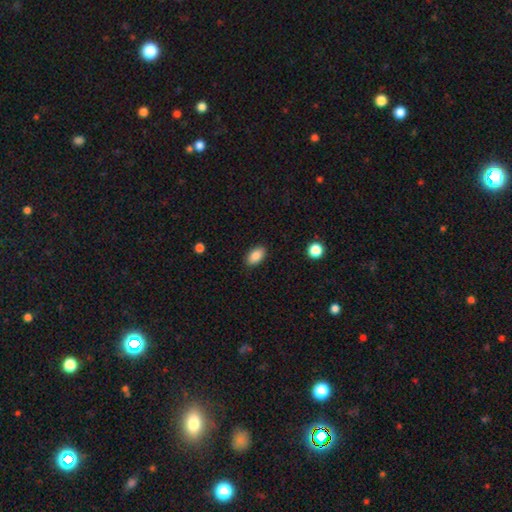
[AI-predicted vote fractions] Overall: smooth (87%). How rounded: in between (92%). Merging: none (88%).